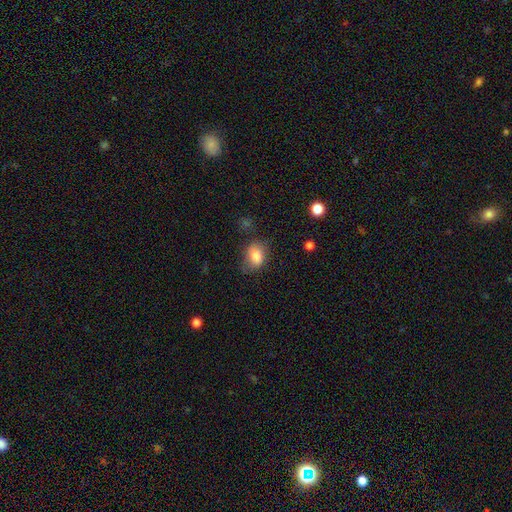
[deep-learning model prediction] Smooth or featured: smooth — 81% (featured or disk — 10%)
How rounded: in between — 68% (round — 30%)
Merging: none — 62% (minor disturbance — 26%)